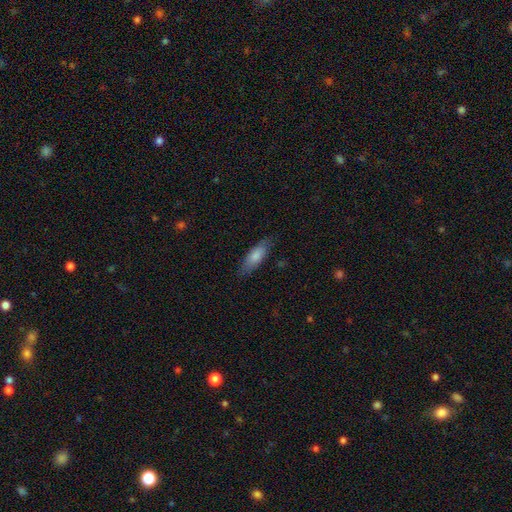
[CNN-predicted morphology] smooth 79%, featured or disk 16%, star or artifact 6%. Down the decision tree: how rounded — in between (59%); merging — none (80%).